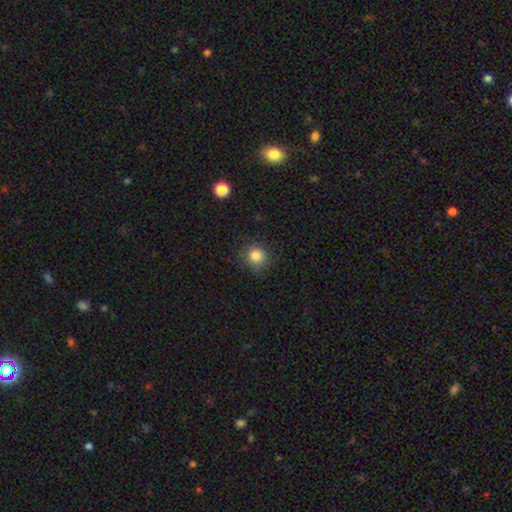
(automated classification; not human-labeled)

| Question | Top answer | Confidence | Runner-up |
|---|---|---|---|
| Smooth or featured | smooth | 84% | star or artifact (11%) |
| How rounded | round | 89% | in between (10%) |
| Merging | none | 85% | minor disturbance (10%) |